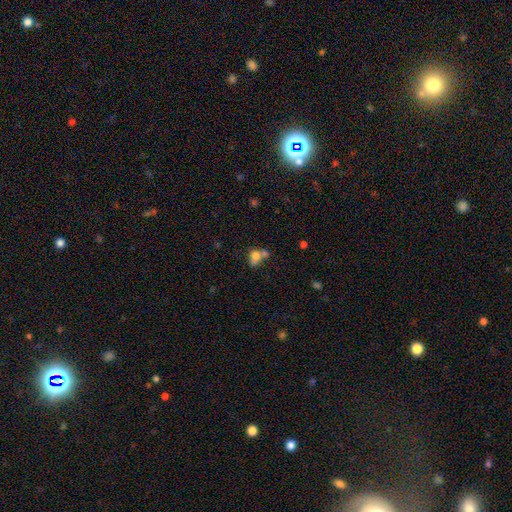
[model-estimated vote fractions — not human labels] Smooth or featured? smooth (73%)
How rounded? in between (59%)
Merging? merger (50%)